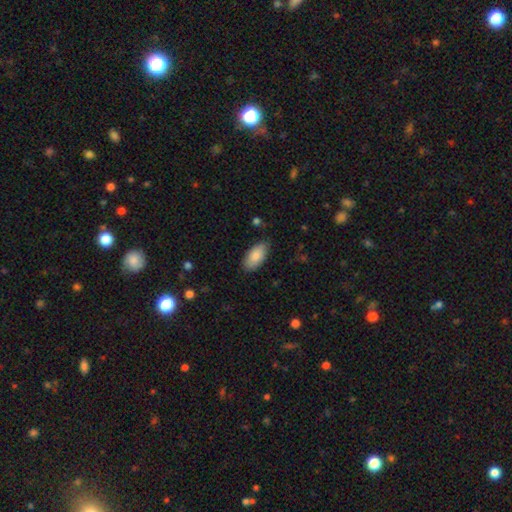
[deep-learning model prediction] Morphology: type=smooth (86%); roundness=in between (93%); merging=none (82%).